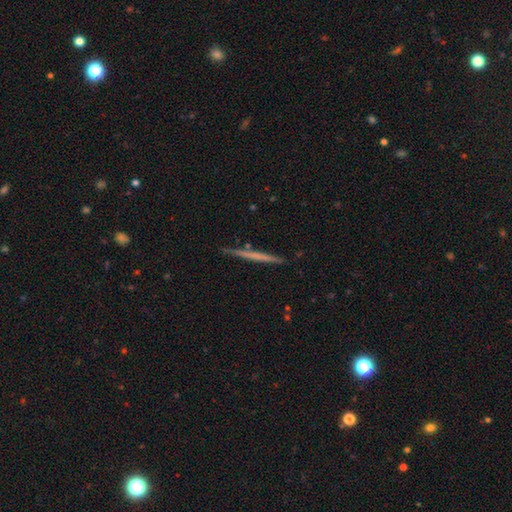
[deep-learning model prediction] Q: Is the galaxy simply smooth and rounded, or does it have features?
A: featured or disk — 49%.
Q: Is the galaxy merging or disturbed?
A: none — 90%.